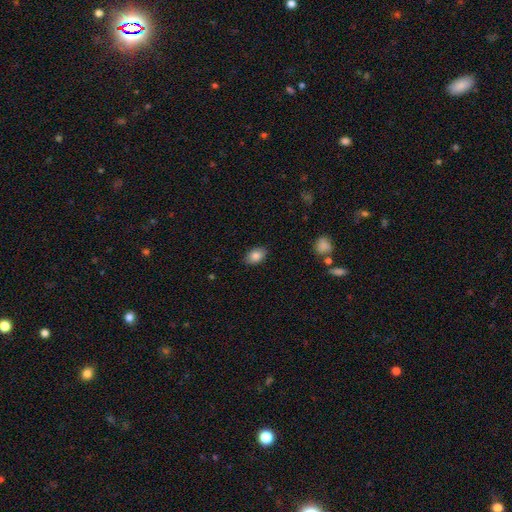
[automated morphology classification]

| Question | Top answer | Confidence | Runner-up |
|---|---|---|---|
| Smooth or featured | smooth | 86% | star or artifact (8%) |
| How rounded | in between | 85% | round (14%) |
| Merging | none | 87% | minor disturbance (10%) |